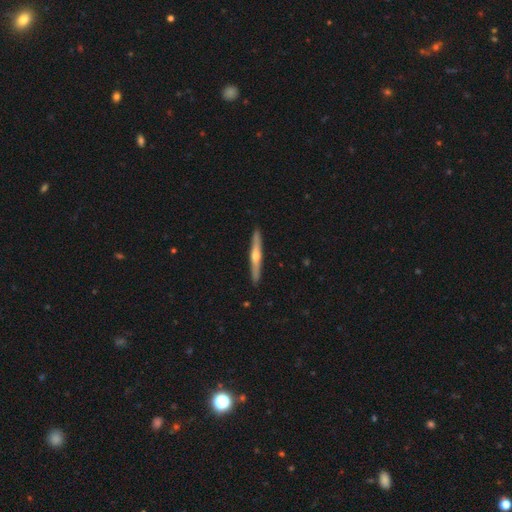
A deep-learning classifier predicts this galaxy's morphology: Overall: featured or disk (68%). Edge-on disk: yes (97%). Edge-on bulge: rounded (87%). Merging: none (92%).